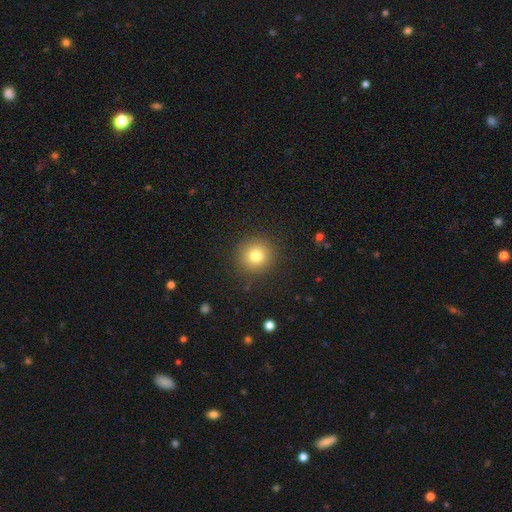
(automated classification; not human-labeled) This appears to be a smooth galaxy with no disk features (79%) that is round (94%). Merging: none (90%).